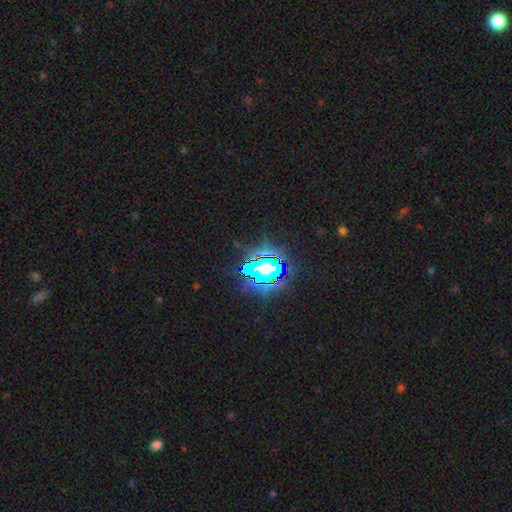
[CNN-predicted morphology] Q: Smooth or featured?
A: star or artifact (71%); runner-up: smooth (17%)